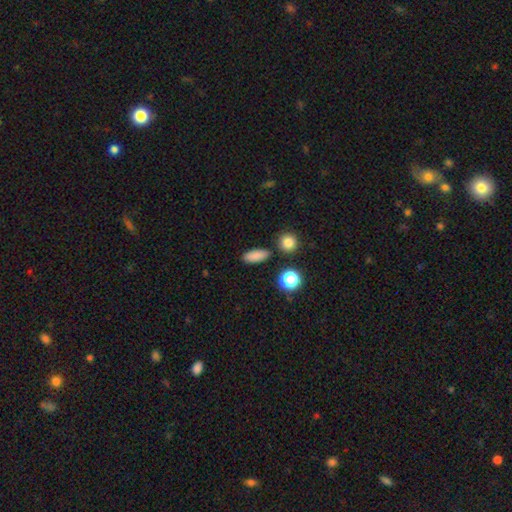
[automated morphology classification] Smooth or featured? smooth (84%)
How rounded? in between (69%)
Merging? none (86%)